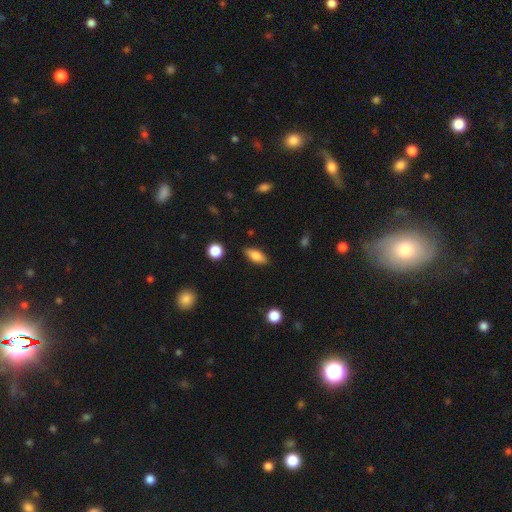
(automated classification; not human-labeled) A smooth galaxy with no disk features (77%) that is in between round and cigar-shaped (78%). Merging: none (86%).